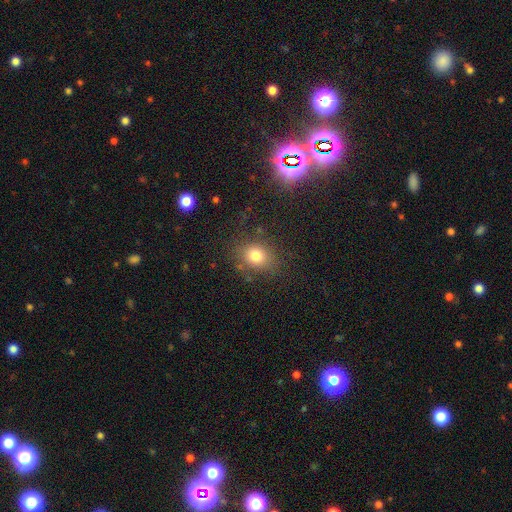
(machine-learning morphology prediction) Smooth or featured?
  - smooth: 78% *
  - star or artifact: 13%
  - featured or disk: 9%
How rounded?
  - round: 57% *
  - in between: 41%
  - cigar-shaped: 1%
Merging?
  - none: 78% *
  - minor disturbance: 13%
  - major disturbance: 6%
  - merger: 3%